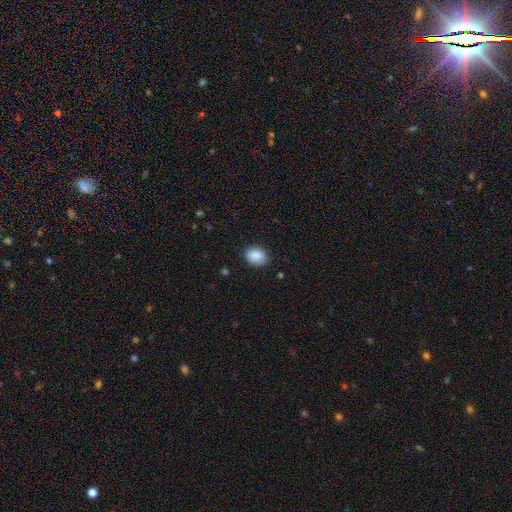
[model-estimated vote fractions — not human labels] smooth_or_featured: smooth (p=0.88) [alt: star or artifact p=0.08]
how_rounded: in between (p=0.66) [alt: round p=0.33]
merging: none (p=0.84) [alt: minor disturbance p=0.12]